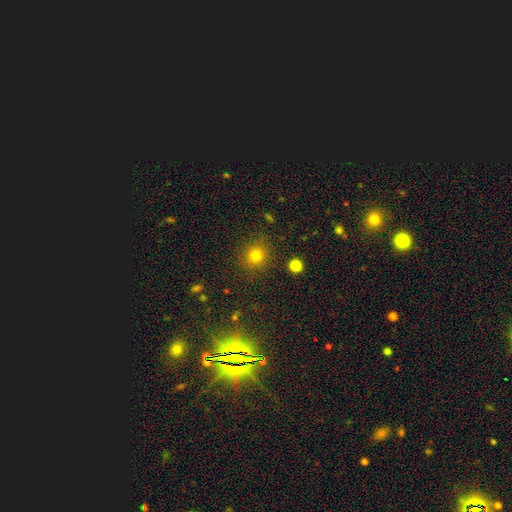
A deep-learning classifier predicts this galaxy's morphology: Overall: smooth (78%). How rounded: round (88%). Merging: none (87%).